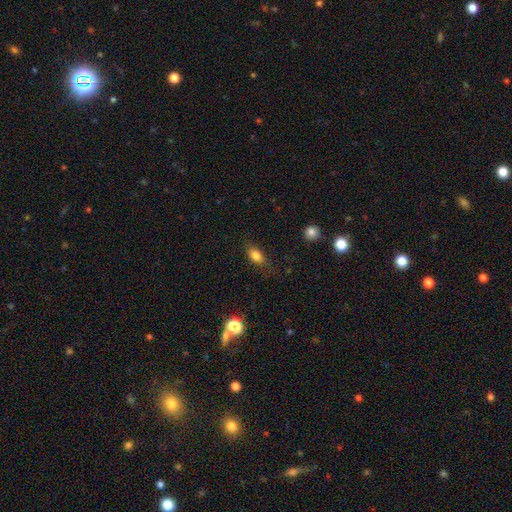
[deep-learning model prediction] Morphology: type=smooth (82%); roundness=in between (83%); merging=none (75%).